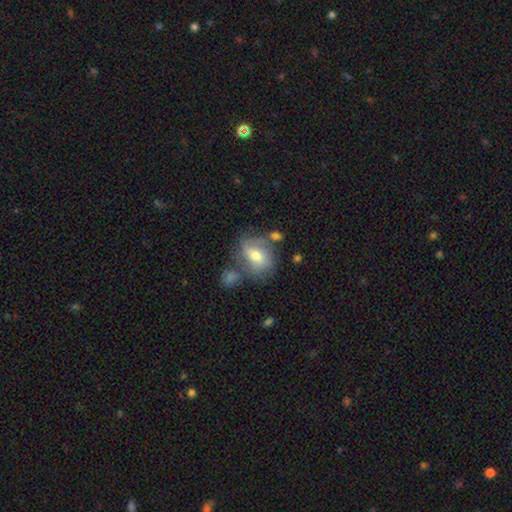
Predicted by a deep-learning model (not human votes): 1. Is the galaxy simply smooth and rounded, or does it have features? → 53% smooth, 38% featured or disk, 9% star or artifact.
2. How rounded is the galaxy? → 58% in between, 41% round, 2% cigar-shaped.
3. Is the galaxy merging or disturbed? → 50% none, 21% minor disturbance, 19% merger, 10% major disturbance.